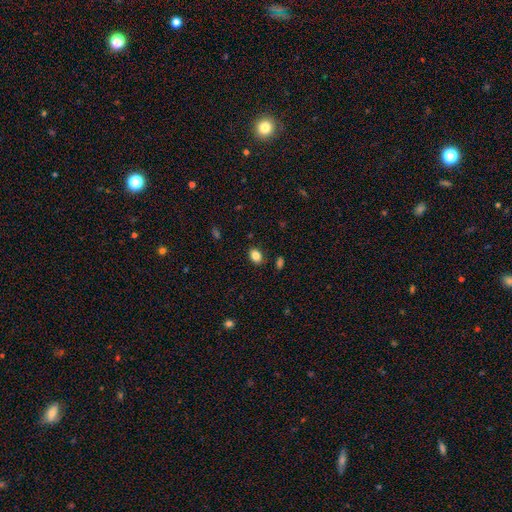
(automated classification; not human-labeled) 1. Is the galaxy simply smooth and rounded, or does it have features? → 85% smooth, 10% star or artifact, 5% featured or disk.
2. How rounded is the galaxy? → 74% in between, 25% round, 1% cigar-shaped.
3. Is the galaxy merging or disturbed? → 86% none, 9% minor disturbance, 2% major disturbance, 2% merger.